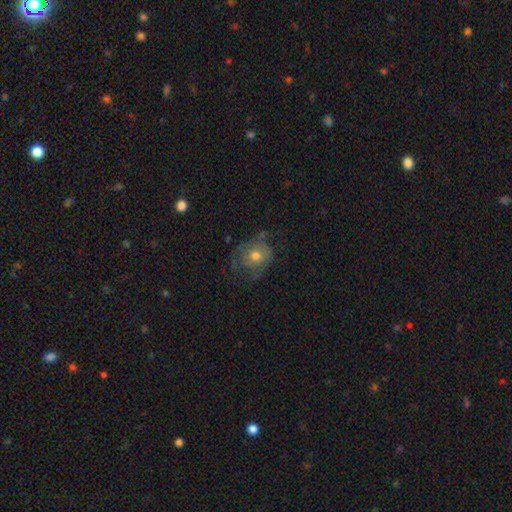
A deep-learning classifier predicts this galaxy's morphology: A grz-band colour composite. It shows a featured or disk galaxy (52%). Merging: none (45%).